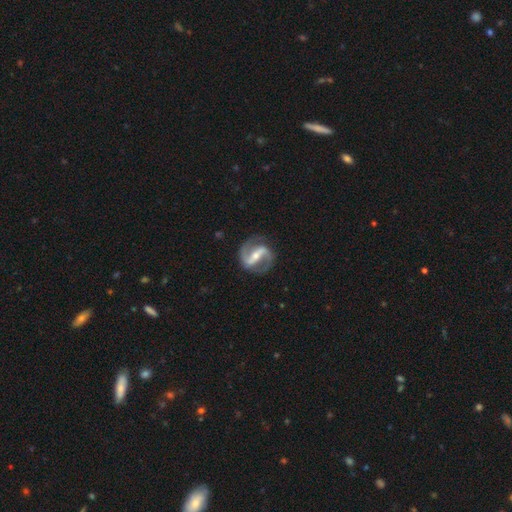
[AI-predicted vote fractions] A featured or disk galaxy (91%) with a strong bar (68%), 2 (93%) medium (55%) spiral arms (96%) and a small central bulge (49%). Merging: none (84%).